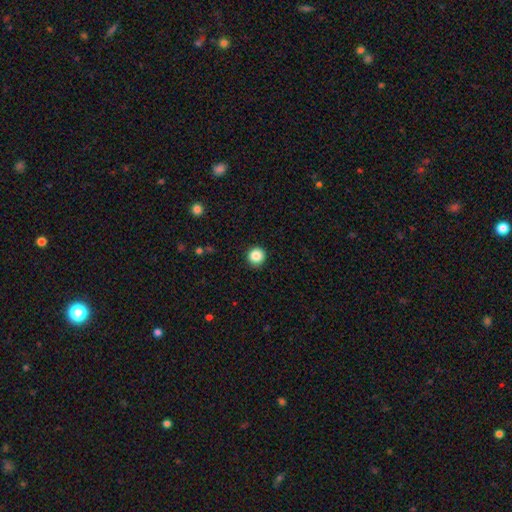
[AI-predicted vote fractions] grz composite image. It shows a smooth galaxy with no disk features (87%) that is round (95%). Merging: none (91%).